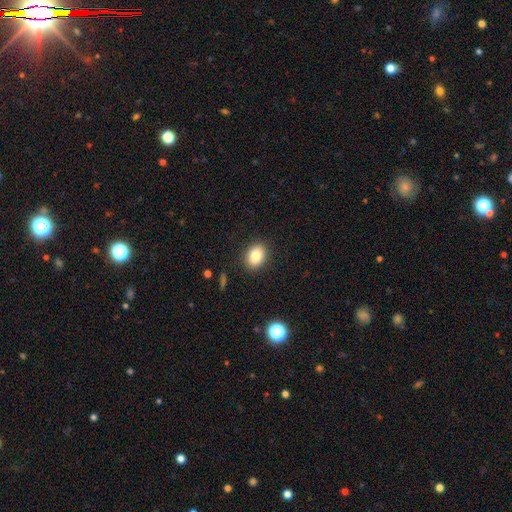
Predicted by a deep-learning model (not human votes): smooth-or-featured: smooth: 83% | star or artifact: 9% | featured or disk: 8%
  how-rounded: in between: 68% | round: 31% | cigar-shaped: 1%
  merging: none: 89% | minor disturbance: 8% | major disturbance: 2% | merger: 1%